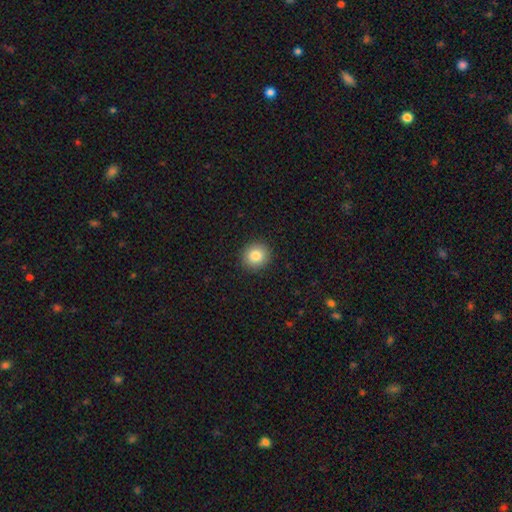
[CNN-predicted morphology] The model was most divided on "smooth or featured": smooth: 83%, star or artifact: 10%, featured or disk: 7%. More confident: merging — none (92%); how rounded — round (89%).